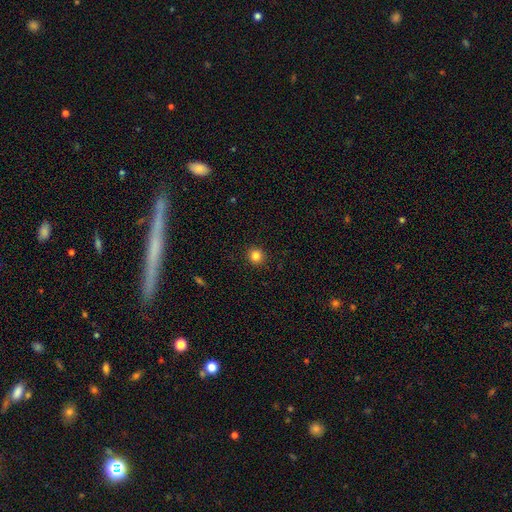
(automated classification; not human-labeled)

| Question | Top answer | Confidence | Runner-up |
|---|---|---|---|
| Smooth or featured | smooth | 84% | star or artifact (12%) |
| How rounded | round | 93% | in between (6%) |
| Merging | none | 92% | minor disturbance (5%) |